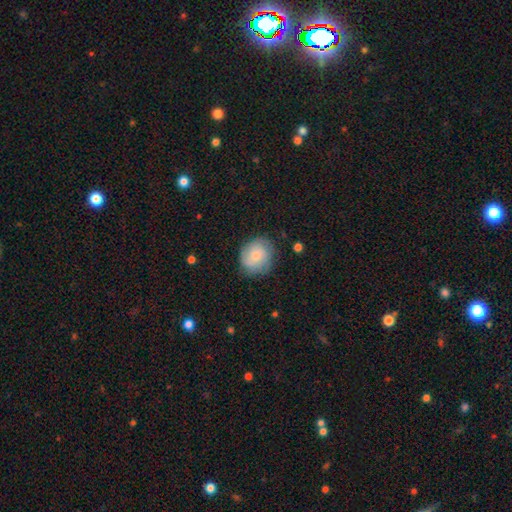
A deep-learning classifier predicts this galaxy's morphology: A smooth galaxy with no disk features (65%) that is round (73%). Merging: none (75%).